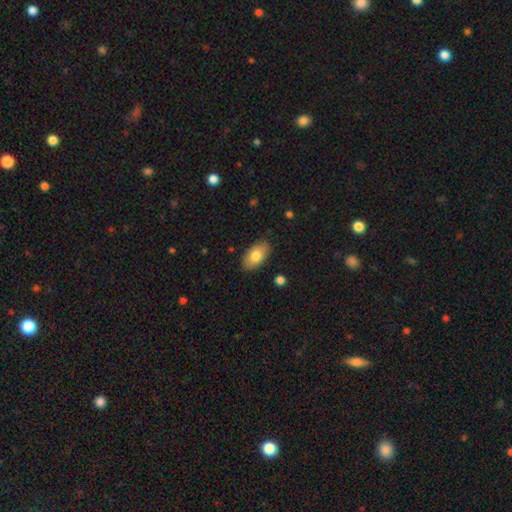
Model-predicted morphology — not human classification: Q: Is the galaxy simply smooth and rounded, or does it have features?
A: smooth — 79%.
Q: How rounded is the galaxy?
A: in between — 94%.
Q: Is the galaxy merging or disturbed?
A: none — 87%.